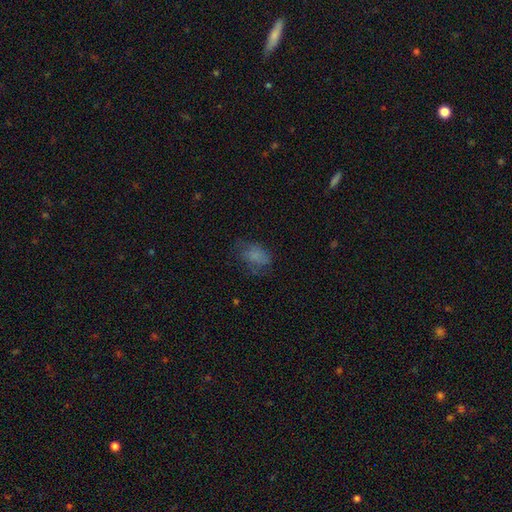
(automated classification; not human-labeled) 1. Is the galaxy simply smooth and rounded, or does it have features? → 68% smooth, 18% featured or disk, 14% star or artifact.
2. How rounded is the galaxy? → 77% in between, 21% round, 2% cigar-shaped.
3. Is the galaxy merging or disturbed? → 55% none, 24% minor disturbance, 20% major disturbance, 2% merger.